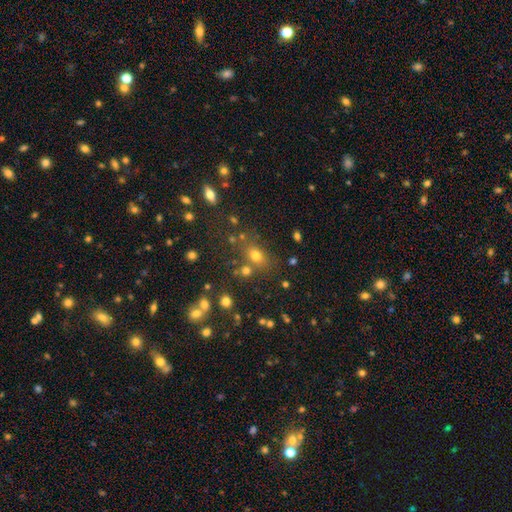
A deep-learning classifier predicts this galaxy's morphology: This is likely a smooth galaxy (64%). How rounded: possibly in between (53%). Merging: likely none (68%).